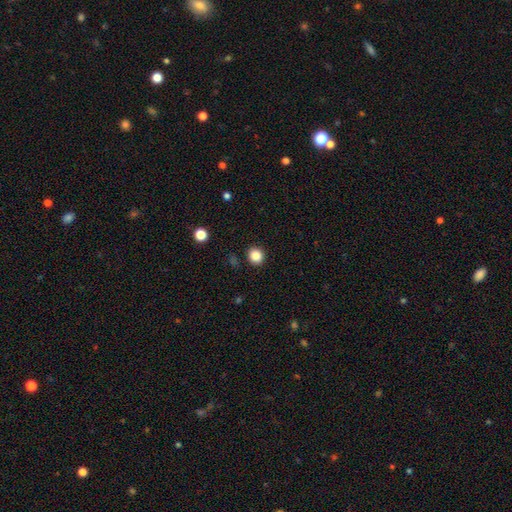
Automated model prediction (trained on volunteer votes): smooth_or_featured: smooth (p=0.86) [alt: star or artifact p=0.11]
how_rounded: round (p=0.86) [alt: in between p=0.13]
merging: none (p=0.90) [alt: minor disturbance p=0.06]